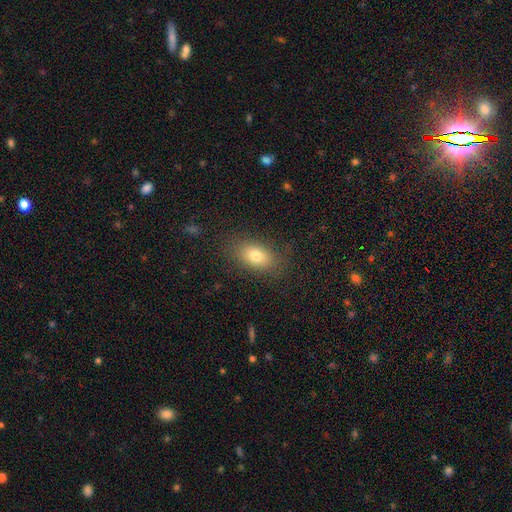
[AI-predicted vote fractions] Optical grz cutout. It shows a smooth galaxy with no disk features (77%) that is in between round and cigar-shaped (84%). Merging: none (83%).